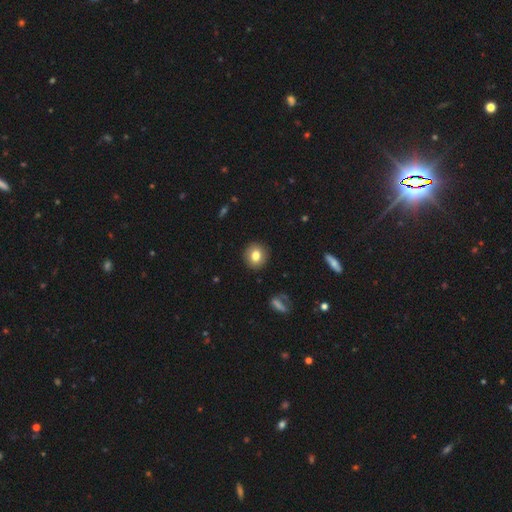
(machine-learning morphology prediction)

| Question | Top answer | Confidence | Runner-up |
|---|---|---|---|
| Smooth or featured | smooth | 80% | featured or disk (11%) |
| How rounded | round | 82% | in between (16%) |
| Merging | none | 91% | minor disturbance (6%) |